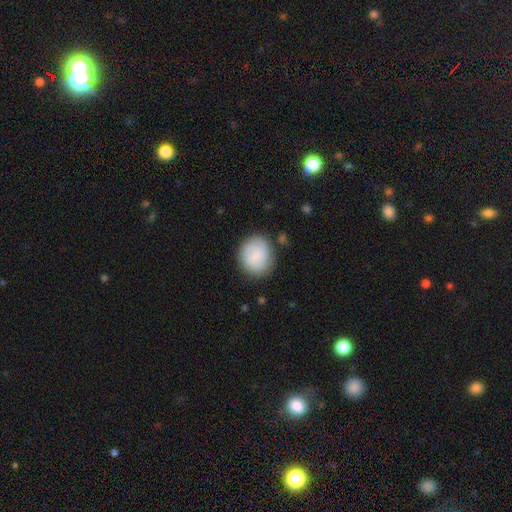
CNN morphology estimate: Q: Smooth or featured?
A: smooth (84%); runner-up: featured or disk (10%)
Q: How rounded?
A: round (77%); runner-up: in between (22%)
Q: Merging?
A: none (78%); runner-up: minor disturbance (14%)